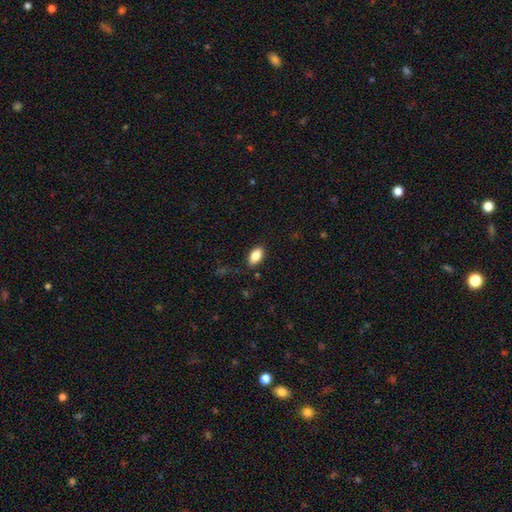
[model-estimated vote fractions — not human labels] Q: Smooth or featured?
A: smooth (84%); runner-up: featured or disk (9%)
Q: How rounded?
A: in between (91%); runner-up: cigar-shaped (5%)
Q: Merging?
A: none (85%); runner-up: minor disturbance (11%)